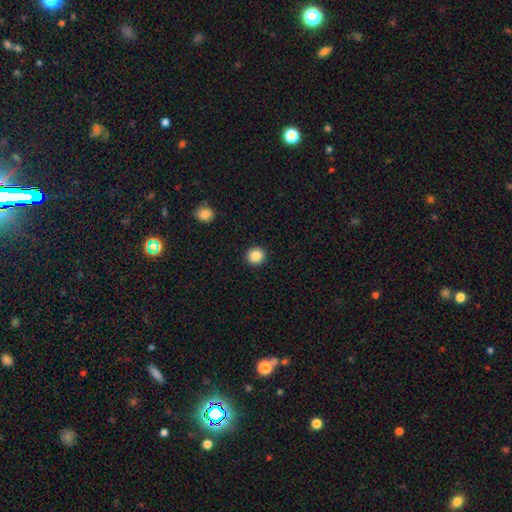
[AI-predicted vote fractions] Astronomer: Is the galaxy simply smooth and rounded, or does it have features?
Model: smooth — 87%.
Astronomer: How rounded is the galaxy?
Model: round — 95%.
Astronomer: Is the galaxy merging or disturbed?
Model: none — 93%.